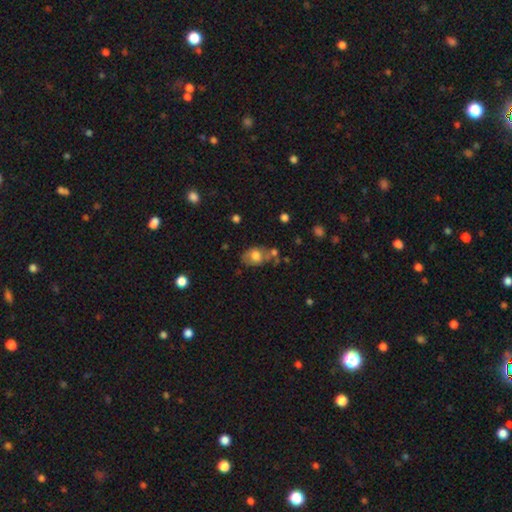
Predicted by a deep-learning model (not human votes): smooth_or_featured: smooth (p=0.67) [alt: featured or disk p=0.24]
how_rounded: in between (p=0.74) [alt: round p=0.24]
merging: none (p=0.45) [alt: minor disturbance p=0.25]